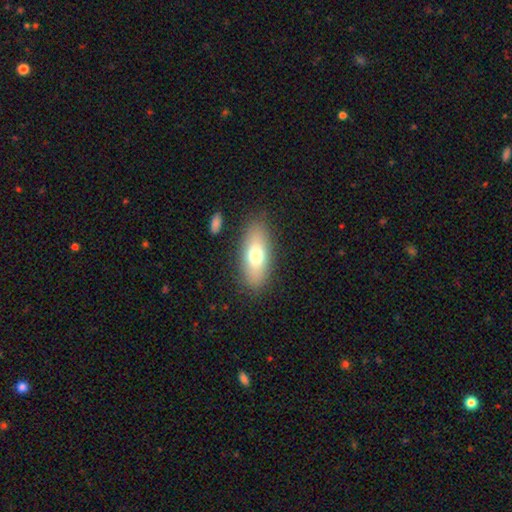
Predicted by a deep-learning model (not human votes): smooth_or_featured: smooth (p=0.70) [alt: featured or disk p=0.22]
how_rounded: in between (p=0.79) [alt: cigar-shaped p=0.17]
merging: none (p=0.85) [alt: minor disturbance p=0.10]